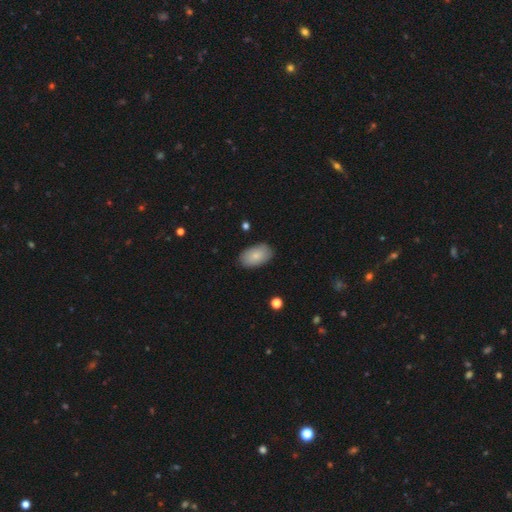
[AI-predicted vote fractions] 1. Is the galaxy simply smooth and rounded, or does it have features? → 82% smooth, 11% featured or disk, 7% star or artifact.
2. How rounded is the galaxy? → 93% in between, 6% round, 1% cigar-shaped.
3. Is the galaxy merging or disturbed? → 86% none, 10% minor disturbance, 2% major disturbance, 1% merger.